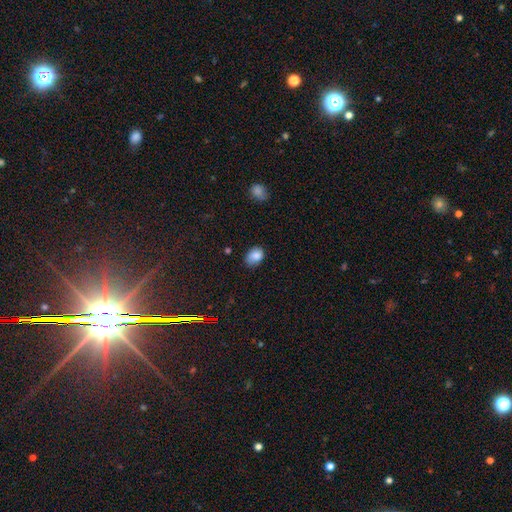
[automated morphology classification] This is clearly a smooth galaxy (83%). How rounded: likely in between (74%). Merging: likely none (67%).